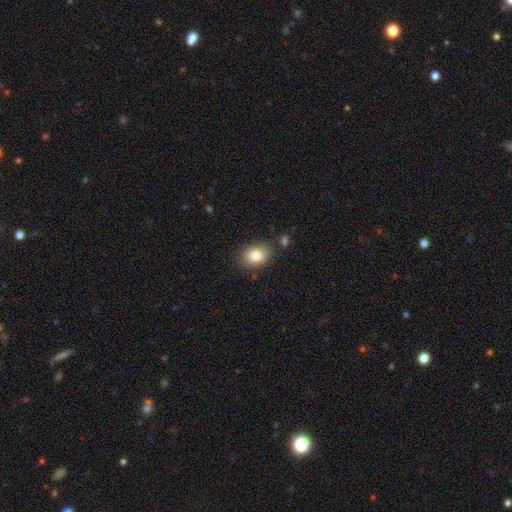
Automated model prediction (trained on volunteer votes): Q: Smooth or featured?
A: smooth (83%); runner-up: featured or disk (9%)
Q: How rounded?
A: in between (74%); runner-up: round (25%)
Q: Merging?
A: none (81%); runner-up: minor disturbance (12%)